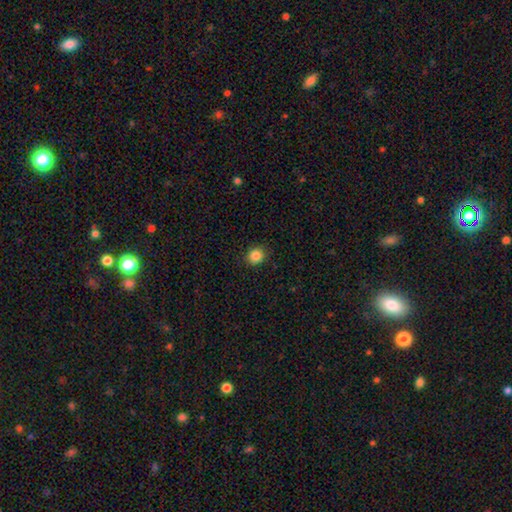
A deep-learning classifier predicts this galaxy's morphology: A smooth galaxy with no disk features (86%) that is round (84%).

Vote fractions:
- Smooth or featured? smooth: 86% / star or artifact: 10% / featured or disk: 4%
- How rounded? round: 84% / in between: 15% / cigar-shaped: 1%
- Merging? none: 90% / minor disturbance: 7% / major disturbance: 2% / merger: 1%